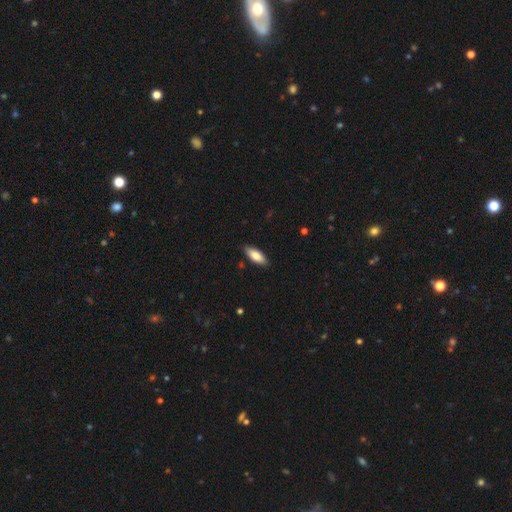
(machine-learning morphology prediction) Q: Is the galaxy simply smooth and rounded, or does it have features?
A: smooth — 80%.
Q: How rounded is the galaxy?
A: in between — 71%.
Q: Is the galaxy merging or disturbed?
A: none — 88%.